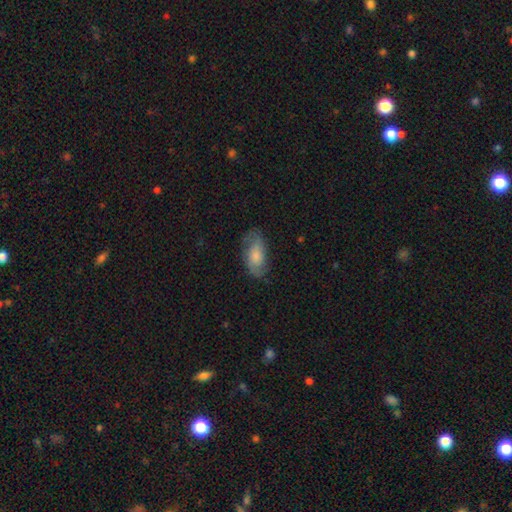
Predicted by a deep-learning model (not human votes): smooth 62%, featured or disk 31%, star or artifact 7%. Down the decision tree: how rounded — in between (90%); merging — none (67%).